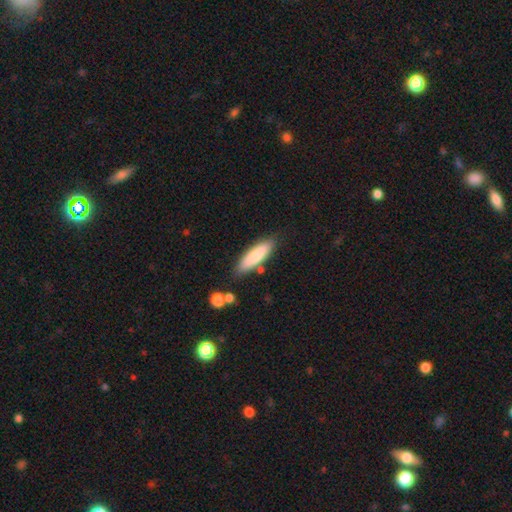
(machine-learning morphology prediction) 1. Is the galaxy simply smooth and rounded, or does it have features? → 83% smooth, 11% featured or disk, 6% star or artifact.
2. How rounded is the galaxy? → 57% cigar-shaped, 42% in between, 2% round.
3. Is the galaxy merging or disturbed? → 80% none, 13% minor disturbance, 5% merger, 3% major disturbance.